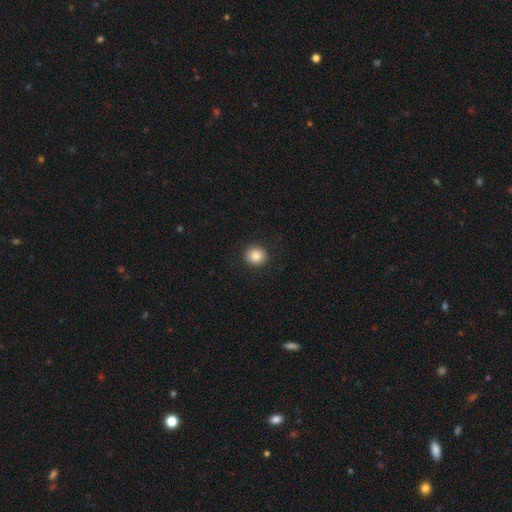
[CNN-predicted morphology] This is clearly a smooth galaxy (86%). How rounded: clearly round (87%). Merging: clearly none (92%).